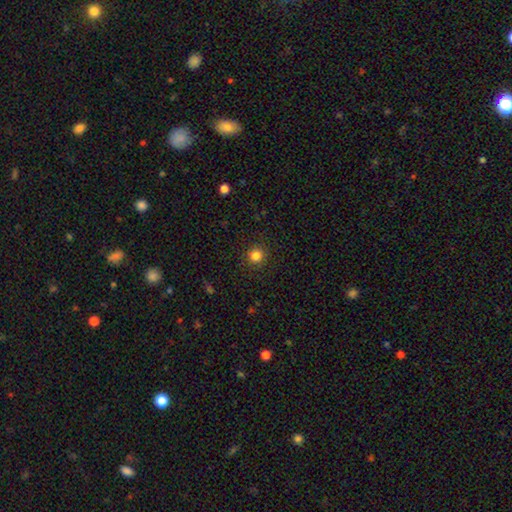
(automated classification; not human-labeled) A smooth galaxy with no disk features (83%) that is round (92%).

Vote fractions:
- Smooth or featured? smooth: 83% / star or artifact: 12% / featured or disk: 5%
- How rounded? round: 92% / in between: 7% / cigar-shaped: 1%
- Merging? none: 90% / minor disturbance: 7% / major disturbance: 2% / merger: 1%